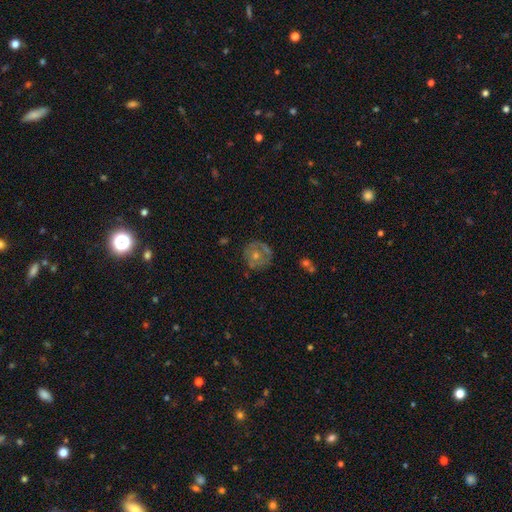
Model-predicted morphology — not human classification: type=featured or disk (54%); edge-on=no (96%); bar=no (87%); spiral arms=no (60%); bulge=moderate (59%); merging=none (76%).